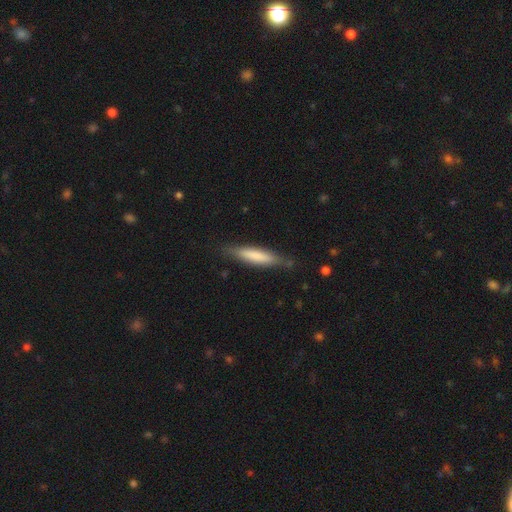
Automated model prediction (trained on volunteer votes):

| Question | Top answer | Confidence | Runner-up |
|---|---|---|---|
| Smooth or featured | smooth | 71% | featured or disk (23%) |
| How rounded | cigar-shaped | 84% | in between (15%) |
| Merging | none | 81% | minor disturbance (14%) |